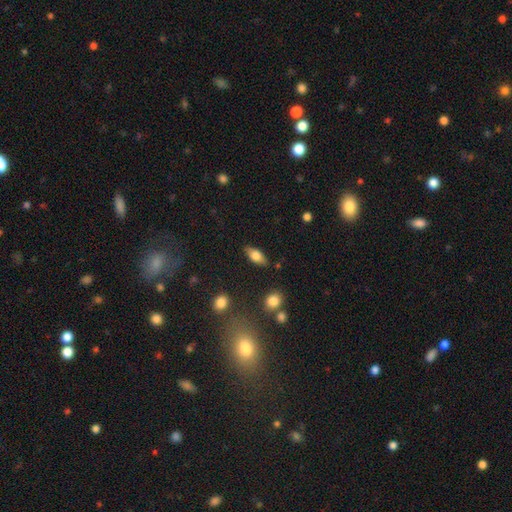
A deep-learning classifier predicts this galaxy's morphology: A smooth galaxy with no disk features (69%) that is in between round and cigar-shaped (84%).

Vote fractions:
- Smooth or featured? smooth: 69% / featured or disk: 23% / star or artifact: 7%
- How rounded? in between: 84% / cigar-shaped: 12% / round: 4%
- Merging? none: 83% / minor disturbance: 12% / major disturbance: 3% / merger: 2%